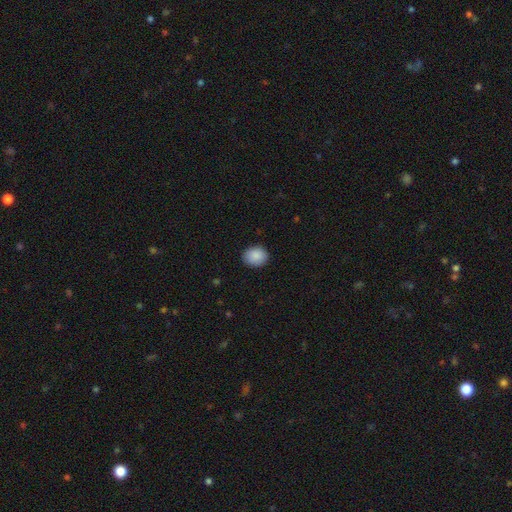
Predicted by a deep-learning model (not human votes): The model was most divided on "how rounded": round: 54%, in between: 45%, cigar-shaped: 1%. More confident: smooth or featured — smooth (89%); merging — none (87%).